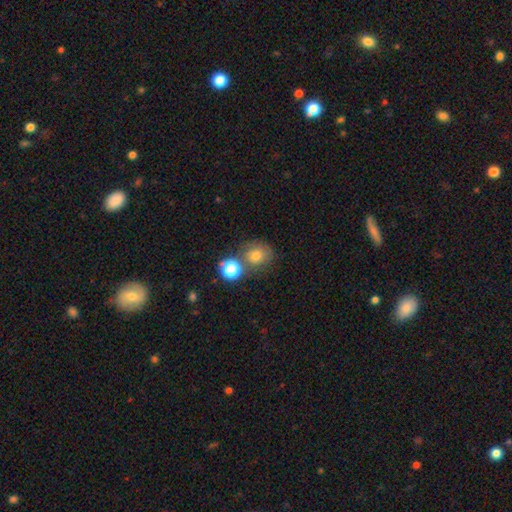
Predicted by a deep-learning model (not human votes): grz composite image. It shows a smooth galaxy with no disk features (73%) that is round (77%). Merging: none (53%).